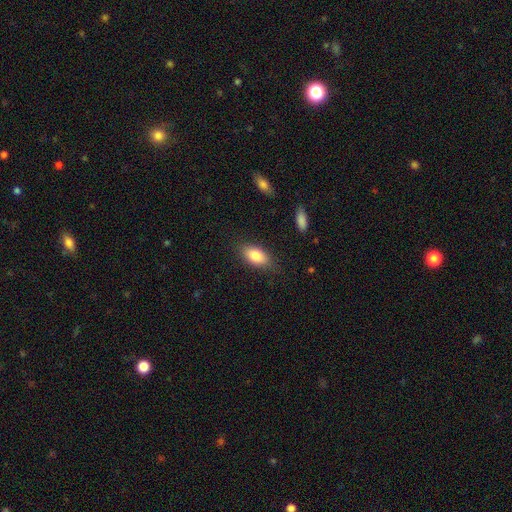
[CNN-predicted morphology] The model was most divided on "merging": none: 82%, minor disturbance: 13%, major disturbance: 3%, merger: 1%. More confident: how rounded — in between (88%); smooth or featured — smooth (82%).